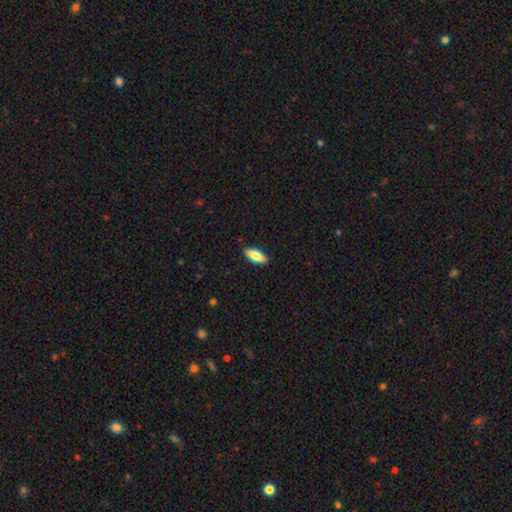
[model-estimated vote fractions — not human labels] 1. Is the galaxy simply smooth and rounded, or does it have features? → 81% smooth, 13% featured or disk, 6% star or artifact.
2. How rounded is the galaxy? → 72% in between, 26% cigar-shaped, 2% round.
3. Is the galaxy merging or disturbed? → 89% none, 8% minor disturbance, 2% major disturbance, 1% merger.